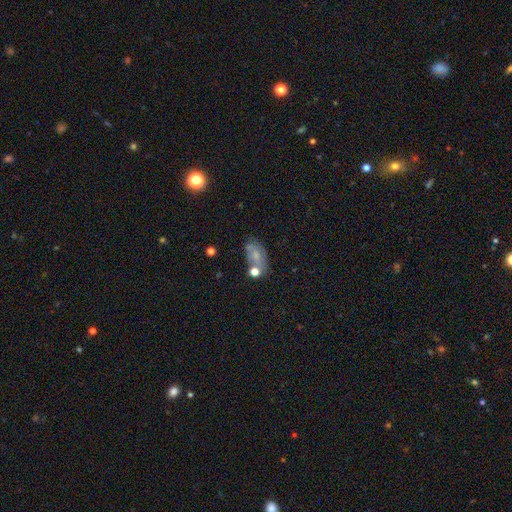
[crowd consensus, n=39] Smooth or featured? smooth (49%)
How rounded? in between (79%)
Merging? major disturbance (35%)